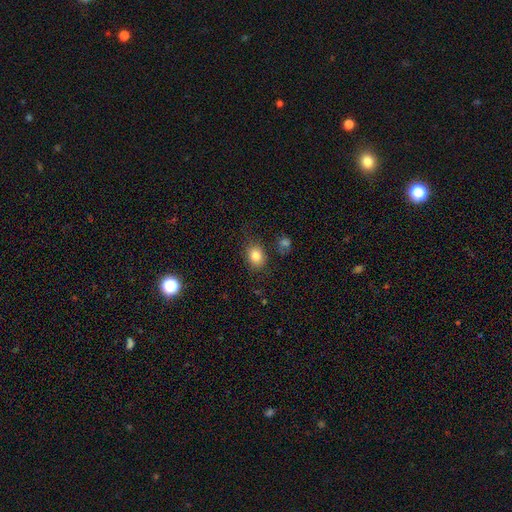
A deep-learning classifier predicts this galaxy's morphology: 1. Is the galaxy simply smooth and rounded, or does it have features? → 82% smooth, 10% star or artifact, 7% featured or disk.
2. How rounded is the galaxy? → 53% in between, 46% round, 1% cigar-shaped.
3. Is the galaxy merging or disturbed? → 79% none, 14% minor disturbance, 4% major disturbance, 4% merger.